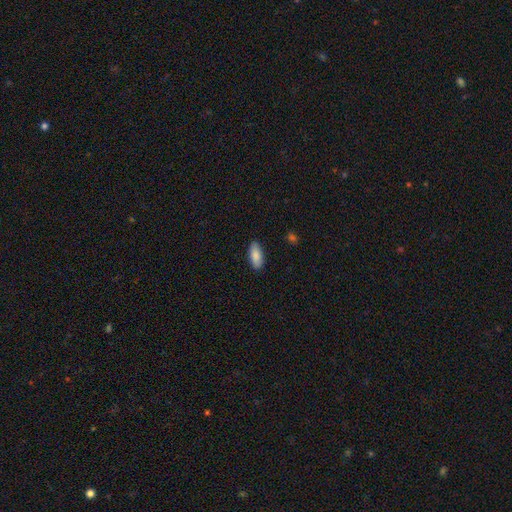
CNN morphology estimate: Overall: smooth (87%). How rounded: in between (86%). Merging: none (88%).